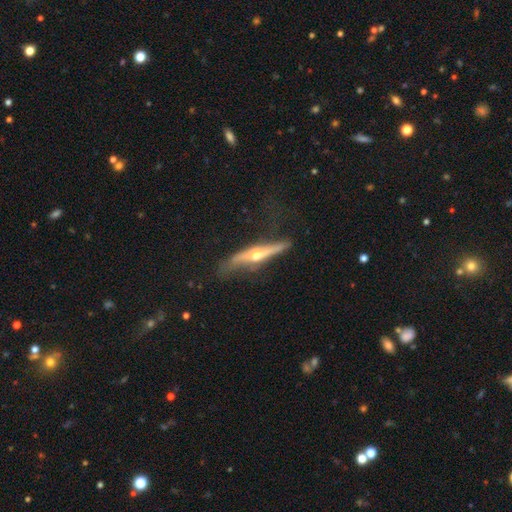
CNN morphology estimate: Q: Smooth or featured?
A: featured or disk (81%); runner-up: smooth (14%)
Q: Edge-on disk?
A: yes (81%); runner-up: no (19%)
Q: Edge-on bulge?
A: rounded (92%); runner-up: none (5%)
Q: Merging?
A: none (60%); runner-up: minor disturbance (26%)